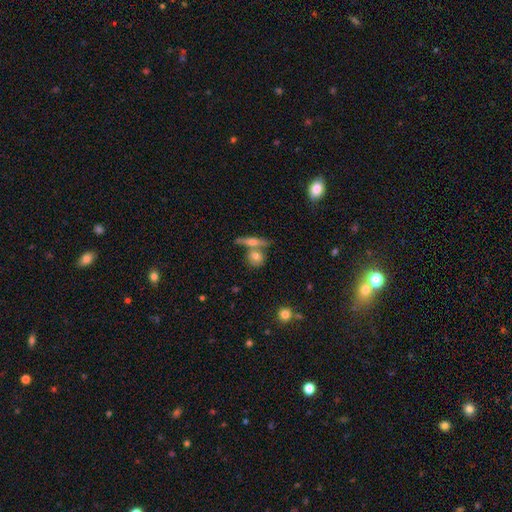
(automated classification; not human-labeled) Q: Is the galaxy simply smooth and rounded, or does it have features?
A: smooth — 50%.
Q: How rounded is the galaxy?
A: round — 53%.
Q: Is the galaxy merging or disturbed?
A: none — 56%.